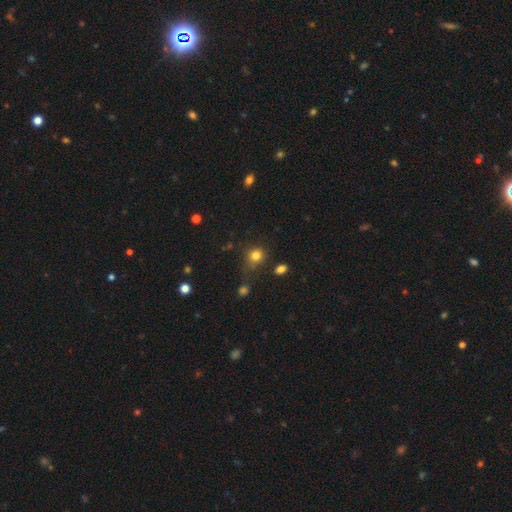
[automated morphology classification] type=smooth (81%); roundness=round (82%); merging=none (70%).